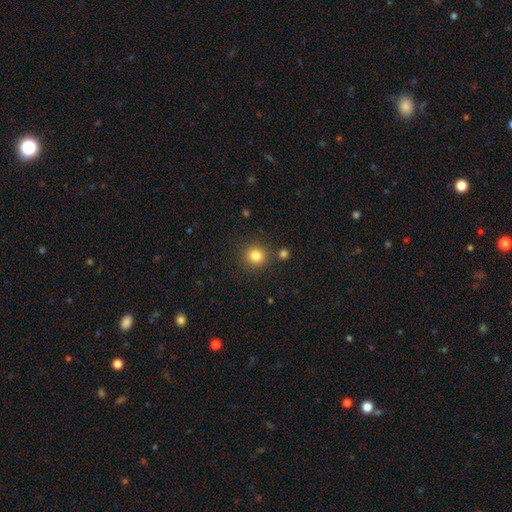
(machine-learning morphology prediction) Smooth or featured? Predicted: smooth (p=0.83). How rounded? Predicted: round (p=0.92). Merging? Predicted: none (p=0.85).